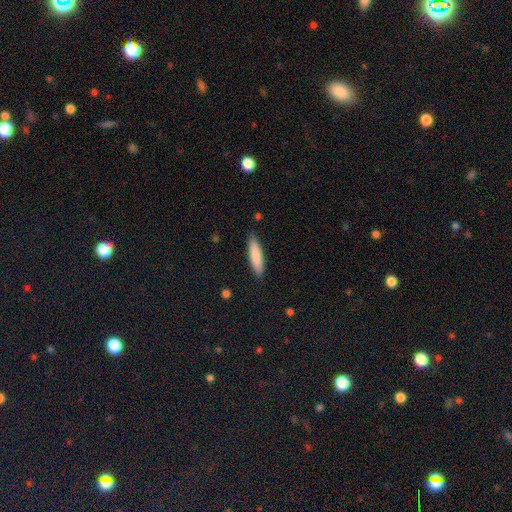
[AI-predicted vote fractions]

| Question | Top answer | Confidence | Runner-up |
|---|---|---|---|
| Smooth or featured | smooth | 84% | featured or disk (11%) |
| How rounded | cigar-shaped | 74% | in between (25%) |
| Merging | none | 88% | minor disturbance (9%) |